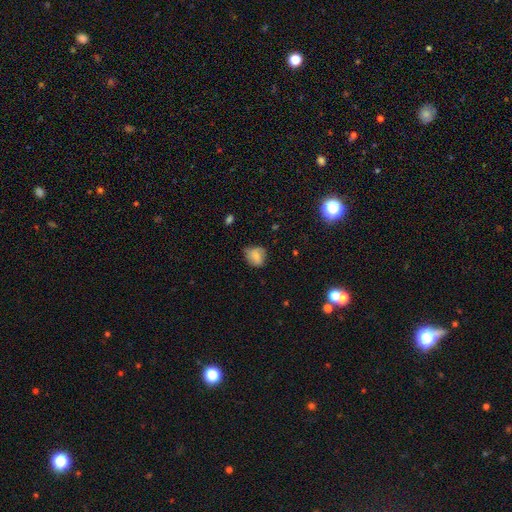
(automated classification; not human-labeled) Smooth or featured: smooth — 71% (featured or disk — 19%)
How rounded: round — 65% (in between — 34%)
Merging: none — 58% (minor disturbance — 32%)